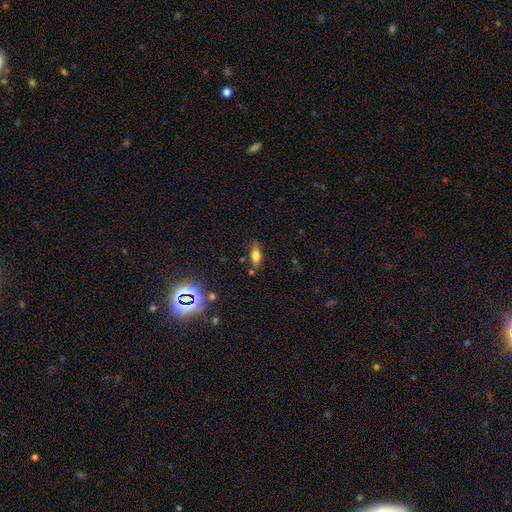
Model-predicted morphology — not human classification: A smooth galaxy with no disk features (66%) that is in between round and cigar-shaped (73%). Merging: none (73%).